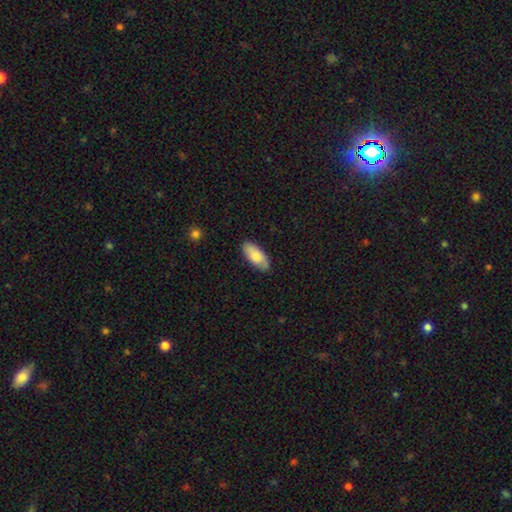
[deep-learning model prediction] The model was most divided on "smooth or featured": smooth: 82%, featured or disk: 12%, star or artifact: 6%. More confident: how rounded — in between (90%); merging — none (84%).